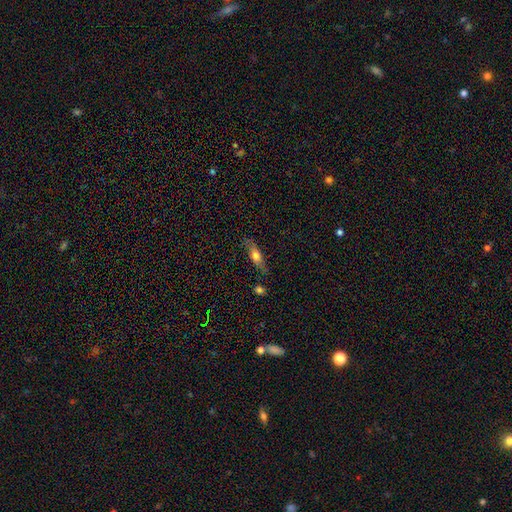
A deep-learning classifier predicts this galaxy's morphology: Smooth or featured? smooth (64%)
How rounded? in between (52%)
Merging? none (70%)